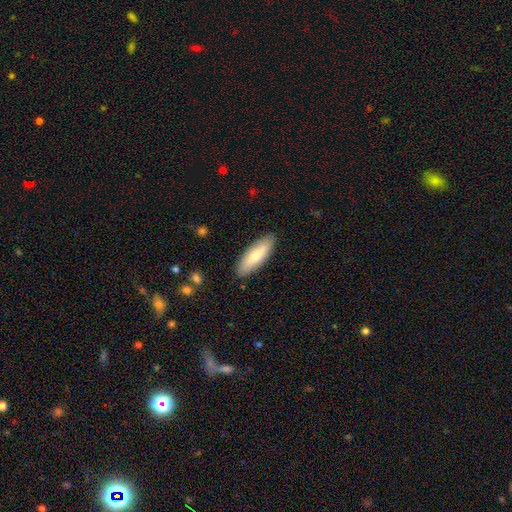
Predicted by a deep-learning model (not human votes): This is likely a smooth galaxy (69%). How rounded: possibly in between (57%). Merging: clearly none (88%).